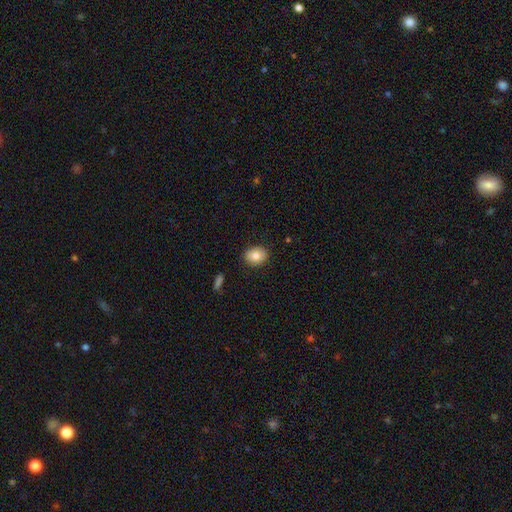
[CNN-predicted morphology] The model was most divided on "how rounded": round: 54%, in between: 45%, cigar-shaped: 1%. More confident: merging — none (88%); smooth or featured — smooth (80%).